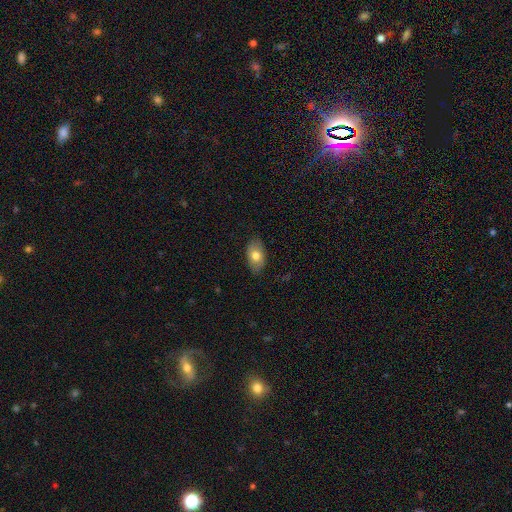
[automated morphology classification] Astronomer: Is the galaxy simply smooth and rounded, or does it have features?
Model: smooth — 74%.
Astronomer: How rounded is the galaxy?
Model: in between — 91%.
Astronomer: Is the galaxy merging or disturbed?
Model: none — 83%.